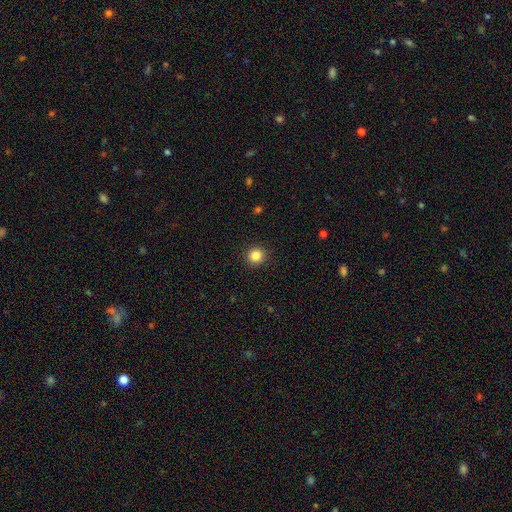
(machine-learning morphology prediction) This appears to be a smooth galaxy with no disk features (85%) that is round (94%). Merging: none (92%).